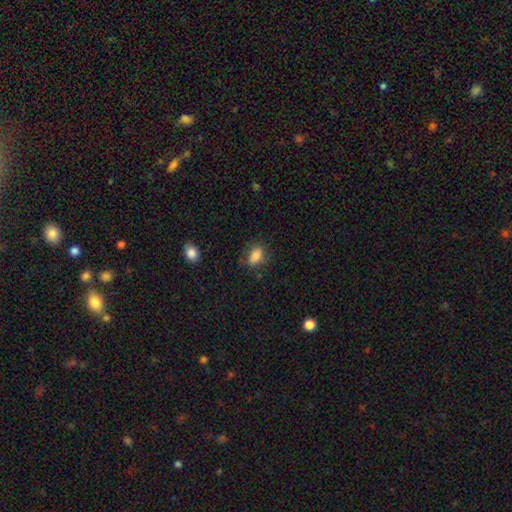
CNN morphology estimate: smooth_or_featured: smooth (p=0.83) [alt: star or artifact p=0.09]
how_rounded: in between (p=0.83) [alt: round p=0.14]
merging: none (p=0.74) [alt: minor disturbance p=0.19]